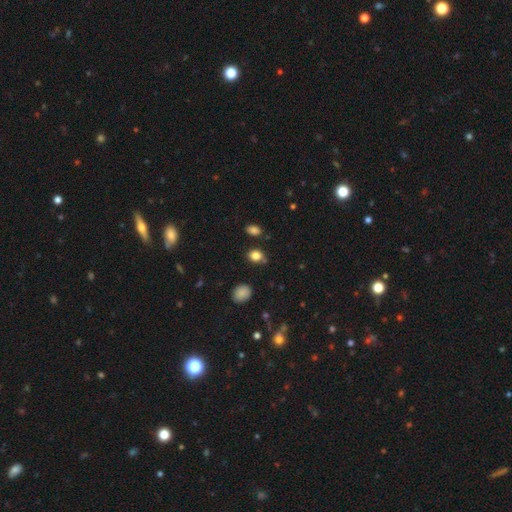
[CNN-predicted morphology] smooth 83%, star or artifact 12%, featured or disk 5%. Down the decision tree: how rounded — in between (57%); merging — none (77%).